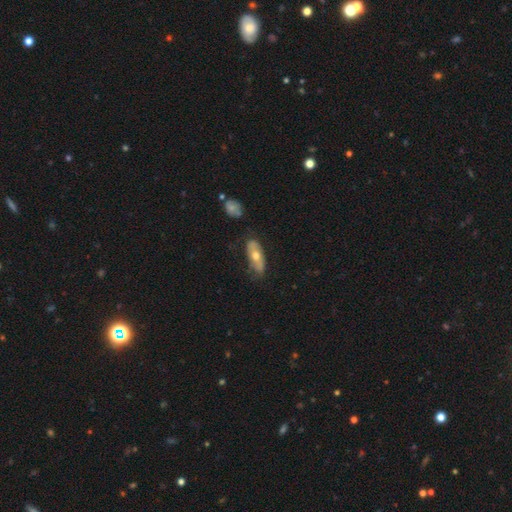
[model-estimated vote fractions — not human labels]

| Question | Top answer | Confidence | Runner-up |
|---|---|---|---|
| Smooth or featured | smooth | 52% | featured or disk (42%) |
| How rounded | in between | 73% | cigar-shaped (24%) |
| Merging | none | 67% | minor disturbance (24%) |